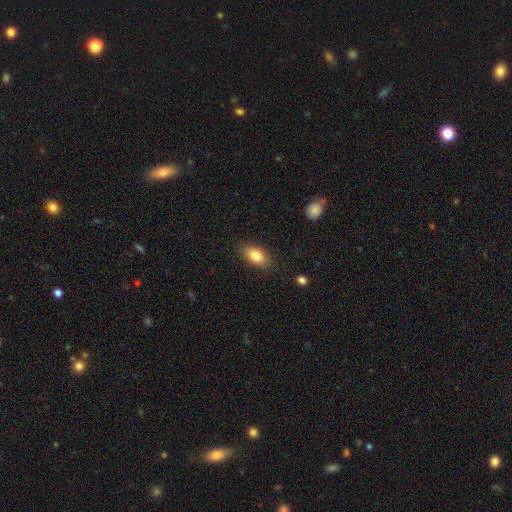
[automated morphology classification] The model was most divided on "smooth or featured": smooth: 83%, featured or disk: 10%, star or artifact: 7%. More confident: how rounded — in between (89%); merging — none (85%).